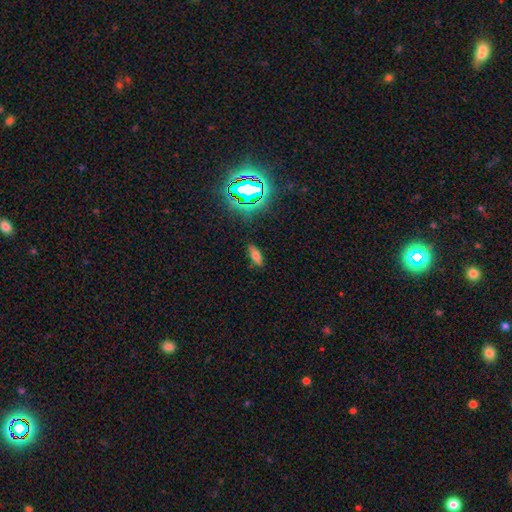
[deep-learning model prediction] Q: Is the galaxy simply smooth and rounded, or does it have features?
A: smooth — 68%.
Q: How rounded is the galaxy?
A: in between — 73%.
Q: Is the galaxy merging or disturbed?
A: none — 85%.